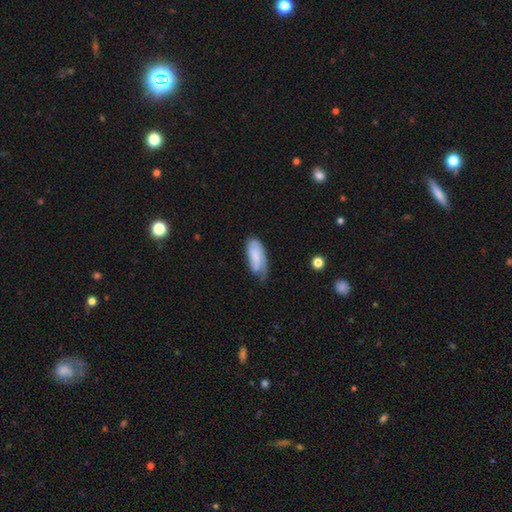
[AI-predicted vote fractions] Q: Smooth or featured?
A: smooth (59%); runner-up: featured or disk (34%)
Q: How rounded?
A: in between (84%); runner-up: cigar-shaped (14%)
Q: Merging?
A: minor disturbance (39%); runner-up: none (37%)